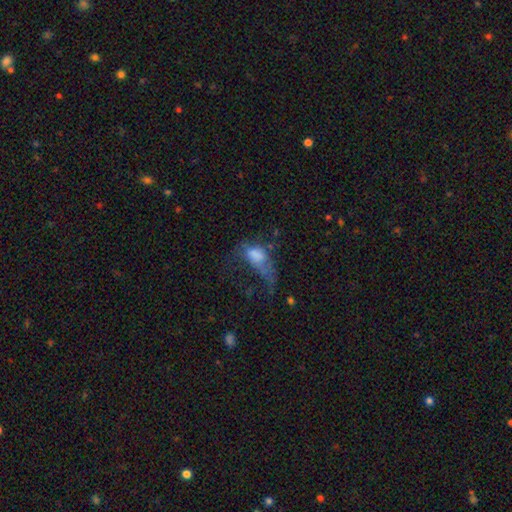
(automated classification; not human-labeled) The model was most divided on "smooth or featured": smooth: 55%, featured or disk: 31%, star or artifact: 14%. More confident: how rounded — in between (83%); merging — major disturbance (60%).